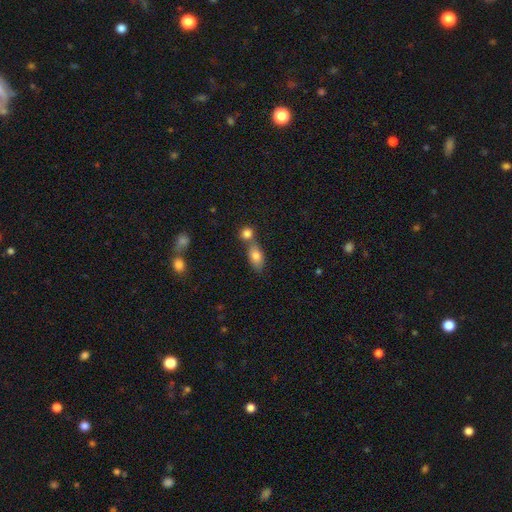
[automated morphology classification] A smooth galaxy with no disk features (80%) that is in between round and cigar-shaped (82%). Merging: merger (44%).